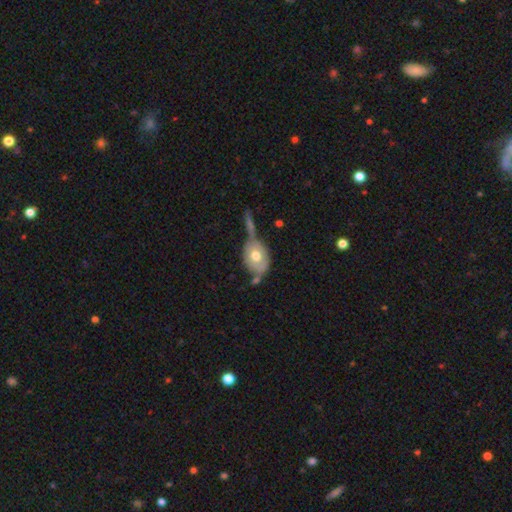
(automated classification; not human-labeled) The model was most divided on "merging": none: 39%, merger: 29%, minor disturbance: 20%, major disturbance: 12%. More confident: how rounded — in between (71%); smooth or featured — smooth (62%).